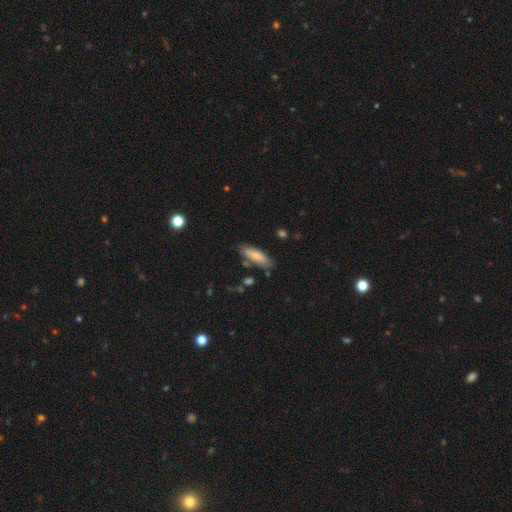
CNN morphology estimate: The model was most divided on "how rounded": in between: 54%, cigar-shaped: 44%, round: 2%. More confident: merging — none (78%); smooth or featured — smooth (75%).